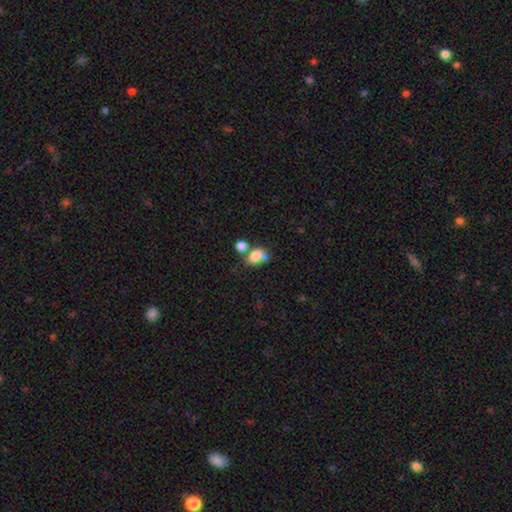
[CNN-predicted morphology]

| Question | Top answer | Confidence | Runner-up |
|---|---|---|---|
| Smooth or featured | smooth | 78% | featured or disk (12%) |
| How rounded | in between | 66% | round (33%) |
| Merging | none | 39% | merger (38%) |